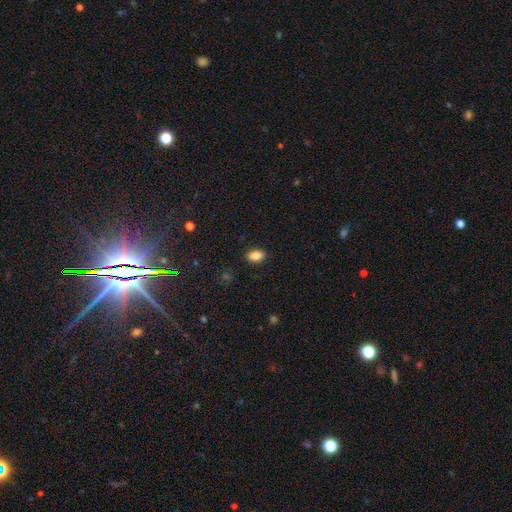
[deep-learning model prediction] Smooth or featured? Predicted: smooth (p=0.85). How rounded? Predicted: in between (p=0.89). Merging? Predicted: none (p=0.89).